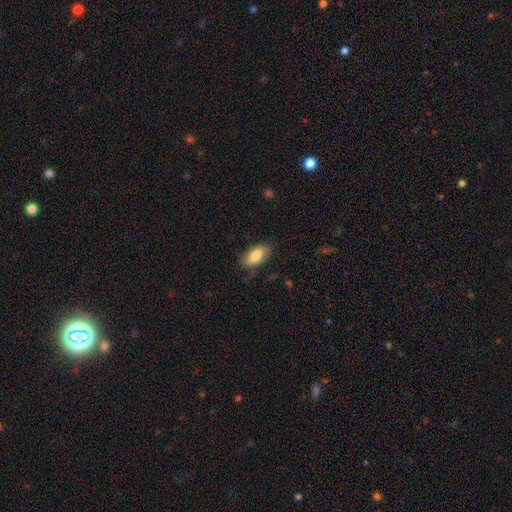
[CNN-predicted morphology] type=smooth (81%); roundness=in between (90%); merging=none (72%).